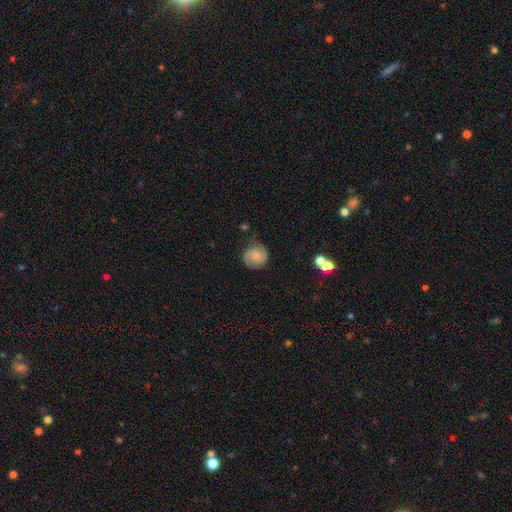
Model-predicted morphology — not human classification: Smooth or featured: featured or disk — 48% (smooth — 44%)
Merging: none — 76% (minor disturbance — 17%)